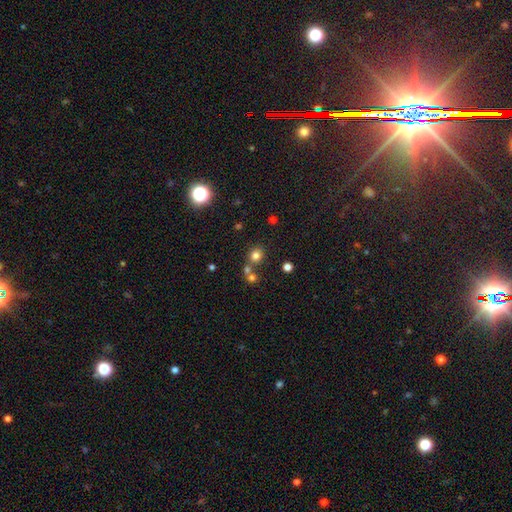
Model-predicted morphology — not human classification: Overall: smooth (75%). How rounded: round (82%). Merging: none (65%).